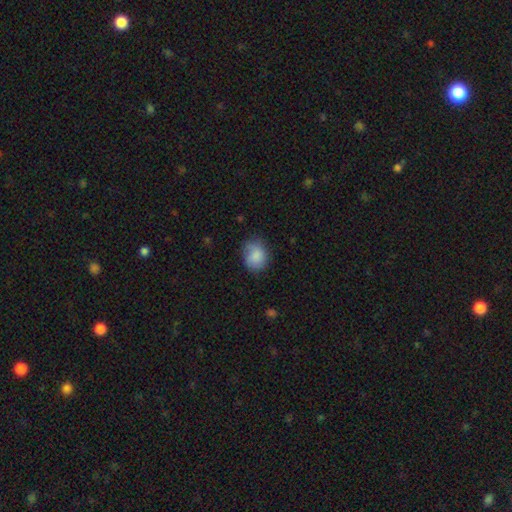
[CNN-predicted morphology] Smooth or featured?
  - smooth: 83% *
  - featured or disk: 9%
  - star or artifact: 8%
How rounded?
  - round: 53% *
  - in between: 46%
  - cigar-shaped: 1%
Merging?
  - none: 63% *
  - minor disturbance: 27%
  - major disturbance: 8%
  - merger: 2%